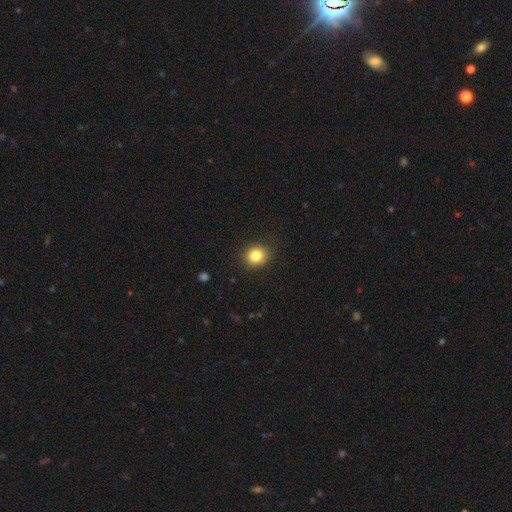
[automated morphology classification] Q: Smooth or featured?
A: smooth (83%); runner-up: star or artifact (11%)
Q: How rounded?
A: round (82%); runner-up: in between (17%)
Q: Merging?
A: none (89%); runner-up: minor disturbance (7%)